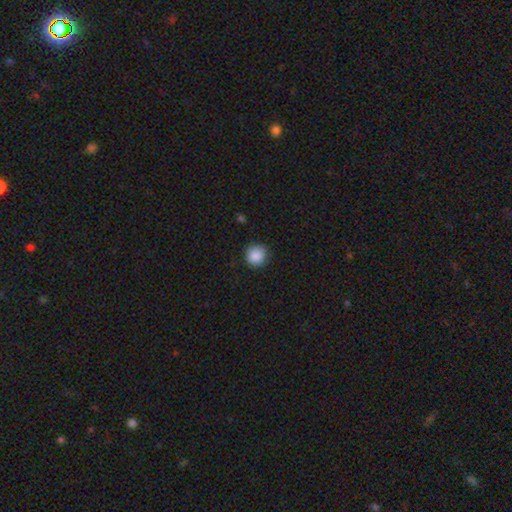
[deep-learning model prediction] Q: Smooth or featured?
A: smooth (89%); runner-up: star or artifact (9%)
Q: How rounded?
A: round (92%); runner-up: in between (7%)
Q: Merging?
A: none (88%); runner-up: minor disturbance (9%)